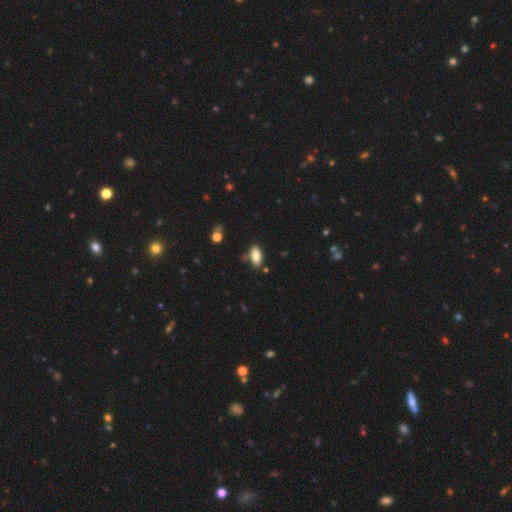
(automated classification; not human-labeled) smooth-or-featured: smooth: 81% | featured or disk: 12% | star or artifact: 7%
  how-rounded: in between: 89% | cigar-shaped: 8% | round: 3%
  merging: none: 80% | minor disturbance: 13% | merger: 5% | major disturbance: 3%